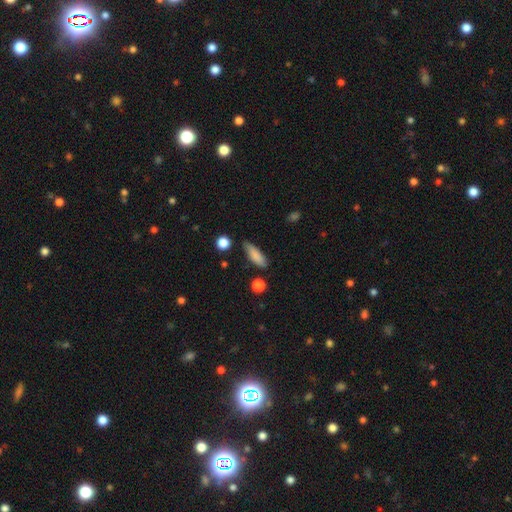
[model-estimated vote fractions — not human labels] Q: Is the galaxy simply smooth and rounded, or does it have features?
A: smooth — 83%.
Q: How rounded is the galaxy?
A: in between — 55%.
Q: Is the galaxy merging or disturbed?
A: none — 75%.